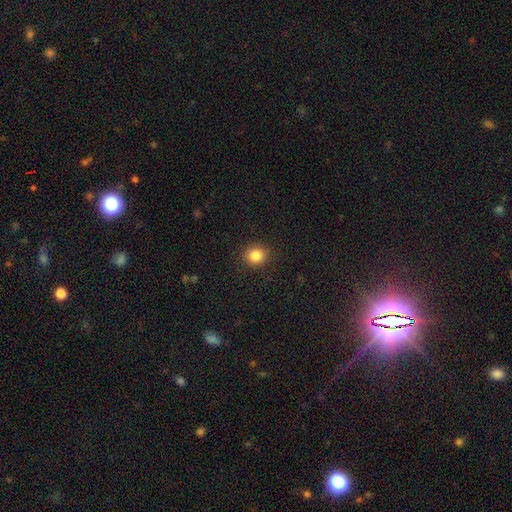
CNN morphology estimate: A smooth galaxy with no disk features (84%) that is round (87%). Merging: none (91%).